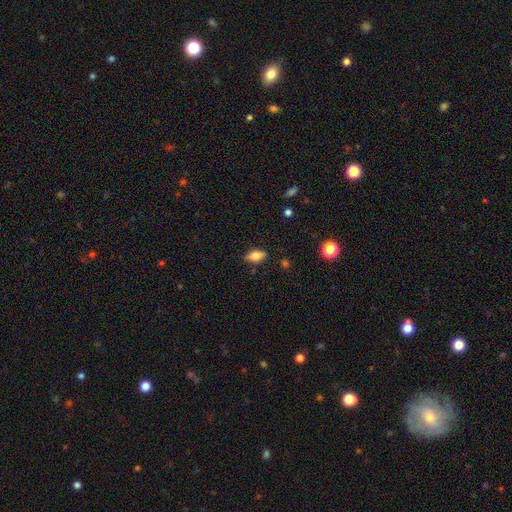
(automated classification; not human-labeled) smooth 67%, featured or disk 25%, star or artifact 9%. Down the decision tree: how rounded — in between (83%); merging — none (83%).